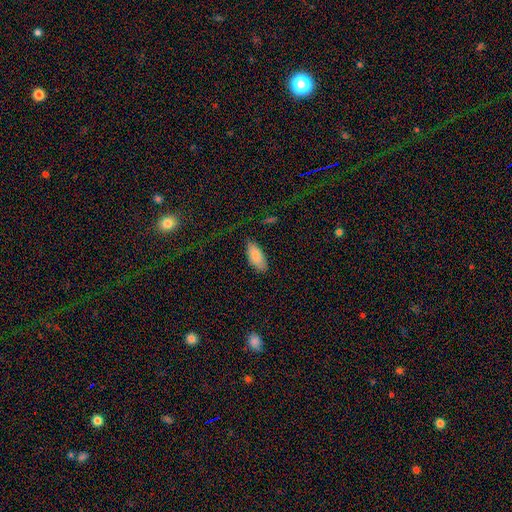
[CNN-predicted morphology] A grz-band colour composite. It shows a smooth galaxy with no disk features (86%) that is in between round and cigar-shaped (88%). Merging: none (81%).